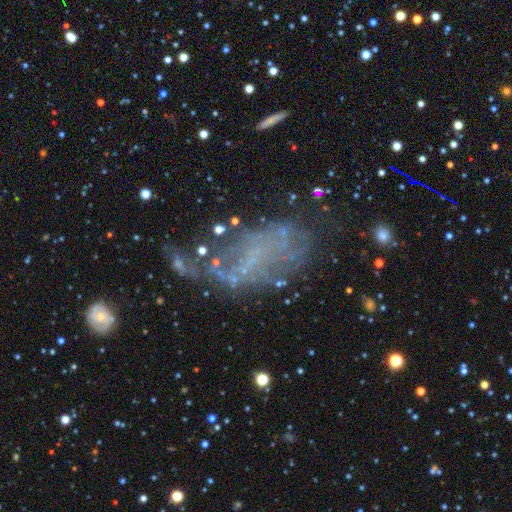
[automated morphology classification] A featured or disk galaxy (41%).

Vote fractions:
- Smooth or featured? featured or disk: 41% / star or artifact: 32% / smooth: 27%
- Merging? none: 38% / major disturbance: 31% / minor disturbance: 23% / merger: 8%